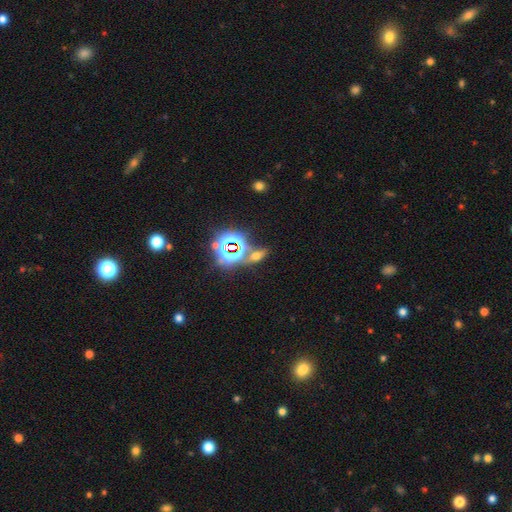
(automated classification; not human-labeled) Smooth or featured?
  - star or artifact: 47% *
  - smooth: 38%
  - featured or disk: 15%